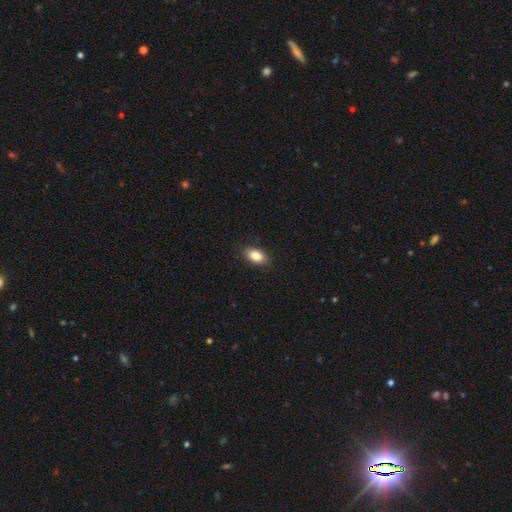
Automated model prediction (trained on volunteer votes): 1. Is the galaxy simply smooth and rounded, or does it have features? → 85% smooth, 8% star or artifact, 7% featured or disk.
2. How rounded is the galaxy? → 90% in between, 7% round, 3% cigar-shaped.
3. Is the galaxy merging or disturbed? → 88% none, 9% minor disturbance, 2% major disturbance, 1% merger.